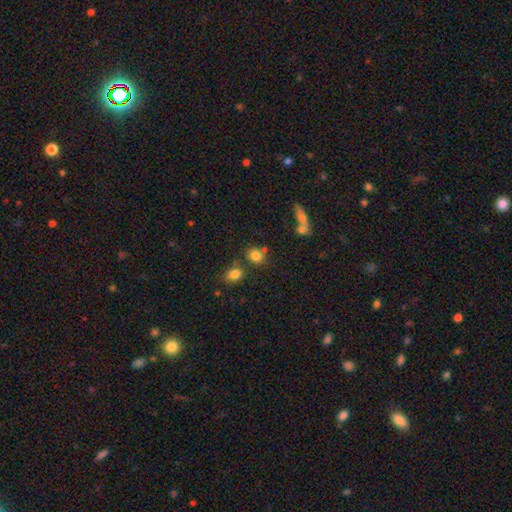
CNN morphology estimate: A smooth galaxy with no disk features (80%) that is round (74%).

Vote fractions:
- Smooth or featured? smooth: 80% / star or artifact: 12% / featured or disk: 7%
- How rounded? round: 74% / in between: 25% / cigar-shaped: 1%
- Merging? none: 65% / merger: 20% / minor disturbance: 11% / major disturbance: 4%